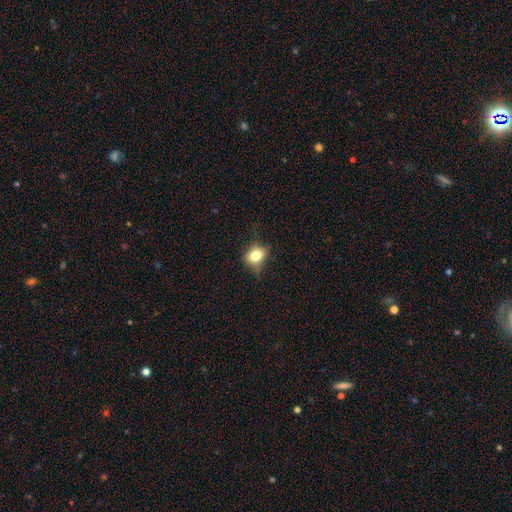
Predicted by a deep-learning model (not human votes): Smooth or featured?
  - smooth: 76% *
  - featured or disk: 13%
  - star or artifact: 11%
How rounded?
  - round: 52% *
  - in between: 47%
  - cigar-shaped: 2%
Merging?
  - none: 64% *
  - minor disturbance: 26%
  - major disturbance: 9%
  - merger: 2%